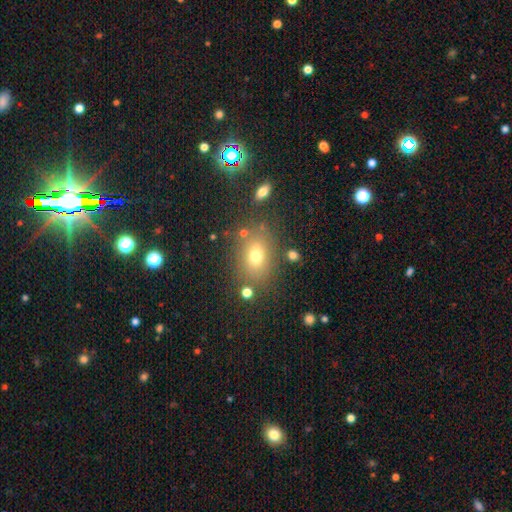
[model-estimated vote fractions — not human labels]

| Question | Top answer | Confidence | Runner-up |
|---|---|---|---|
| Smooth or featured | smooth | 69% | star or artifact (17%) |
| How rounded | in between | 66% | round (32%) |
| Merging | none | 77% | minor disturbance (12%) |